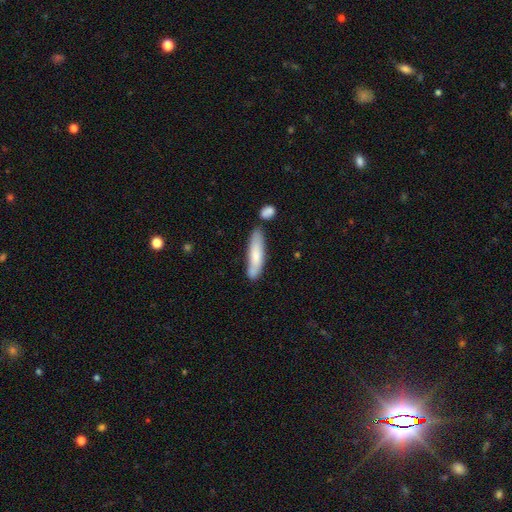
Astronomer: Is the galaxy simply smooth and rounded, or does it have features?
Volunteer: smooth — 79%.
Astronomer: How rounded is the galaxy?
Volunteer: cigar-shaped — 77%.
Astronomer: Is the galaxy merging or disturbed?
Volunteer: none — 54%.